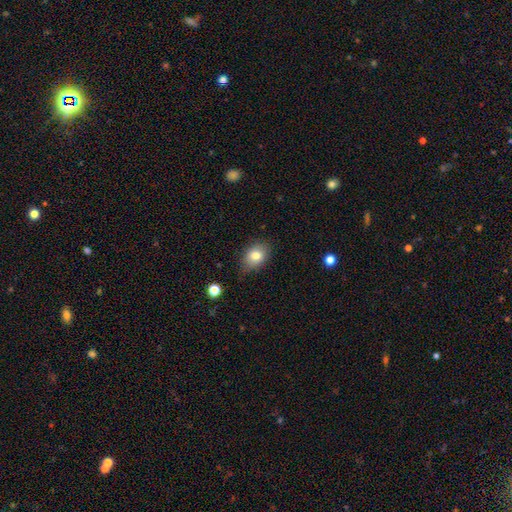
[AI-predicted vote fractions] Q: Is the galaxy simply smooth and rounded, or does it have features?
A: smooth — 81%.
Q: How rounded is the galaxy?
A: in between — 71%.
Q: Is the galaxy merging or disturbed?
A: none — 76%.